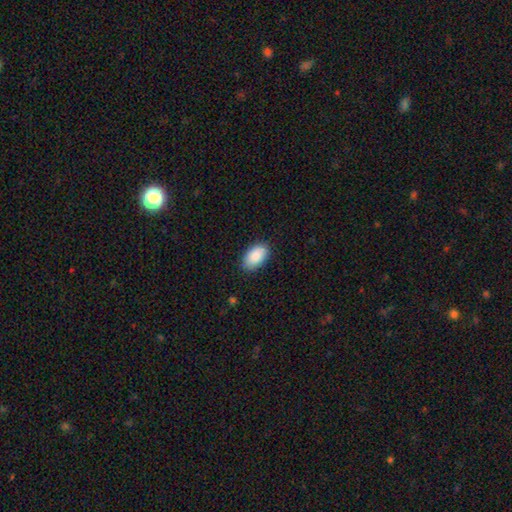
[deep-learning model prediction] Smooth or featured?
  - smooth: 89% *
  - star or artifact: 6%
  - featured or disk: 5%
How rounded?
  - in between: 94% *
  - round: 5%
  - cigar-shaped: 1%
Merging?
  - none: 85% *
  - minor disturbance: 12%
  - major disturbance: 2%
  - merger: 1%